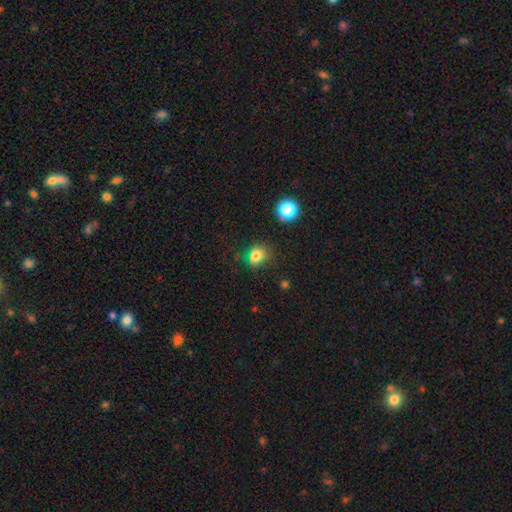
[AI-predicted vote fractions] smooth_or_featured: smooth (p=0.78) [alt: star or artifact p=0.15]
how_rounded: round (p=0.62) [alt: in between p=0.37]
merging: none (p=0.68) [alt: minor disturbance p=0.21]